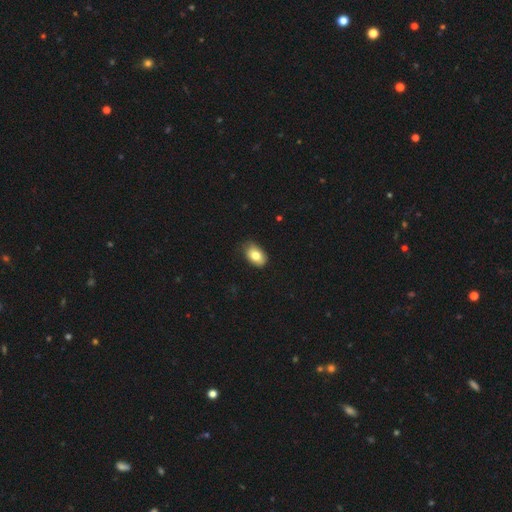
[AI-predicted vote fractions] Smooth or featured?
  - smooth: 79% *
  - featured or disk: 13%
  - star or artifact: 8%
How rounded?
  - in between: 85% *
  - round: 14%
  - cigar-shaped: 1%
Merging?
  - none: 65% *
  - minor disturbance: 28%
  - major disturbance: 5%
  - merger: 1%